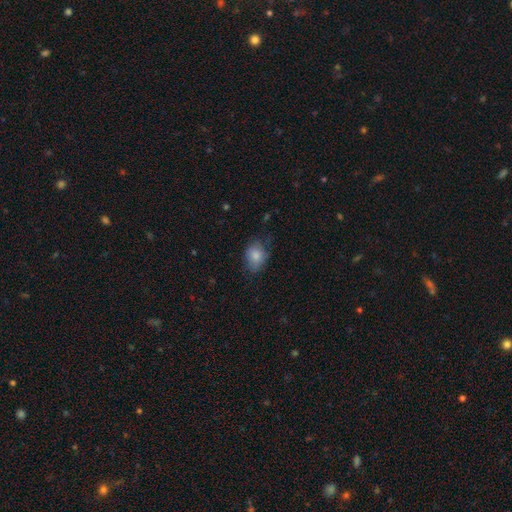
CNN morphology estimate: Q: Smooth or featured?
A: smooth (82%); runner-up: featured or disk (10%)
Q: How rounded?
A: in between (65%); runner-up: round (34%)
Q: Merging?
A: none (61%); runner-up: minor disturbance (28%)